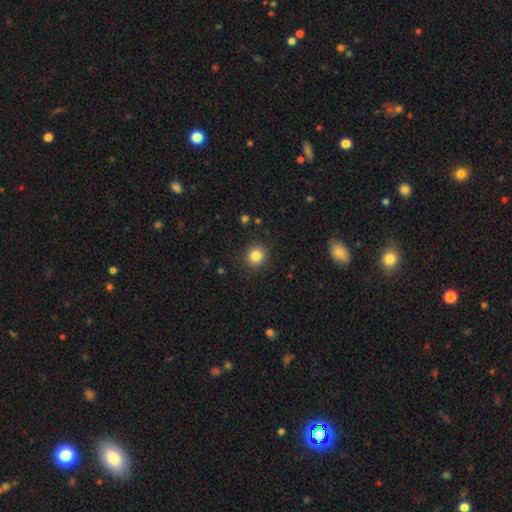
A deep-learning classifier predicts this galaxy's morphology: smooth_or_featured: smooth (p=0.85) [alt: star or artifact p=0.11]
how_rounded: round (p=0.91) [alt: in between p=0.08]
merging: none (p=0.90) [alt: minor disturbance p=0.06]